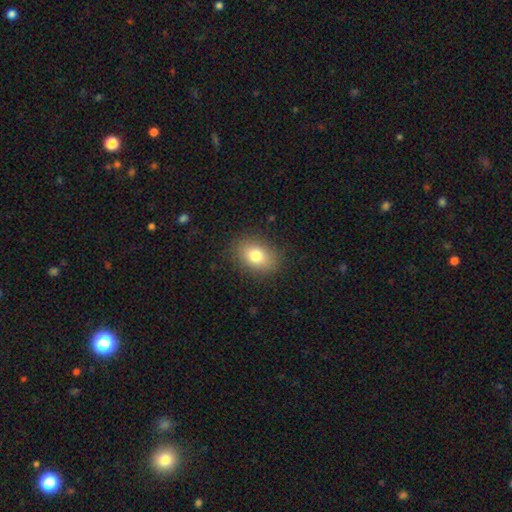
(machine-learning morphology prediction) The model was most divided on "how rounded": in between: 78%, round: 21%, cigar-shaped: 1%. More confident: merging — none (86%); smooth or featured — smooth (79%).